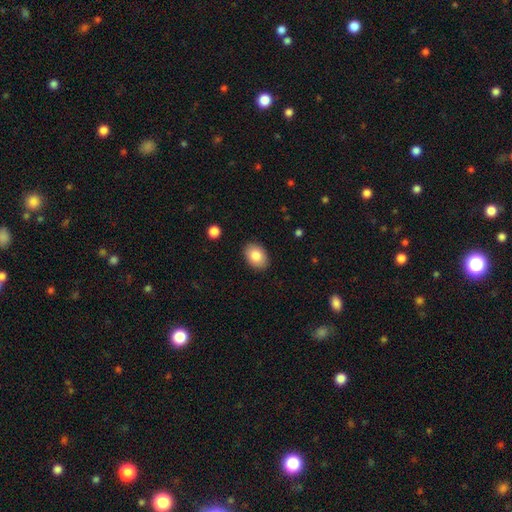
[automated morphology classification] Overall: smooth (83%). How rounded: in between (78%). Merging: none (89%).